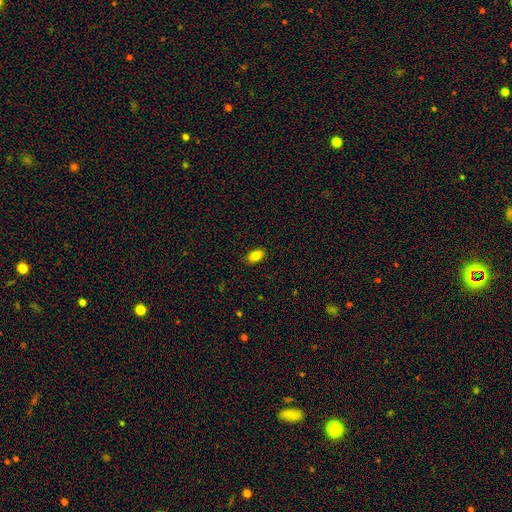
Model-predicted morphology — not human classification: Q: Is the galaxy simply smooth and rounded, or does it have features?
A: smooth — 85%.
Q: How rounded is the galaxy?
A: in between — 89%.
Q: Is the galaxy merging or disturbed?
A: none — 88%.